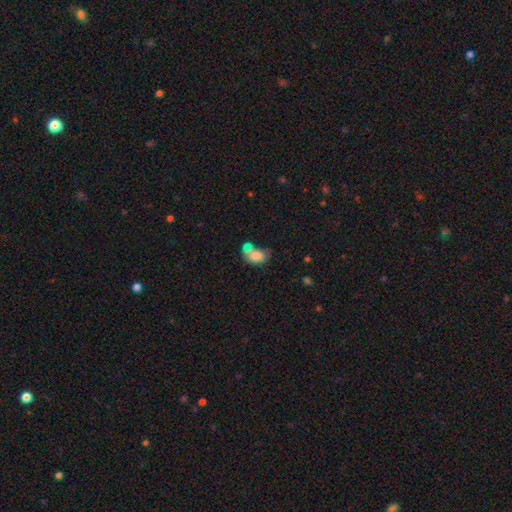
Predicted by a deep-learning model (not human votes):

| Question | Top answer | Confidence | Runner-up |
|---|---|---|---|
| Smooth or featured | smooth | 75% | featured or disk (16%) |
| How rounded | in between | 83% | round (16%) |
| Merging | merger | 44% | none (27%) |